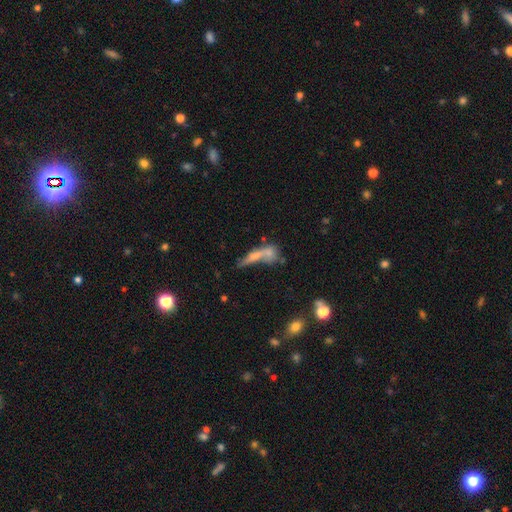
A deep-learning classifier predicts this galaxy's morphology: type=smooth (50%); merging=merger (44%).